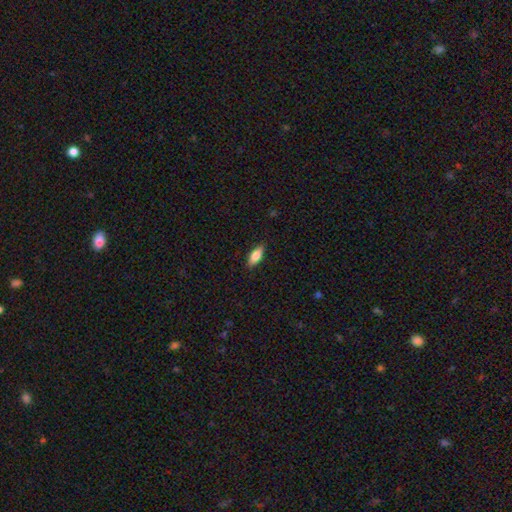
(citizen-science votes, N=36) This is clearly a smooth galaxy (86%). How rounded: clearly in between (94%). Merging: likely none (74%).